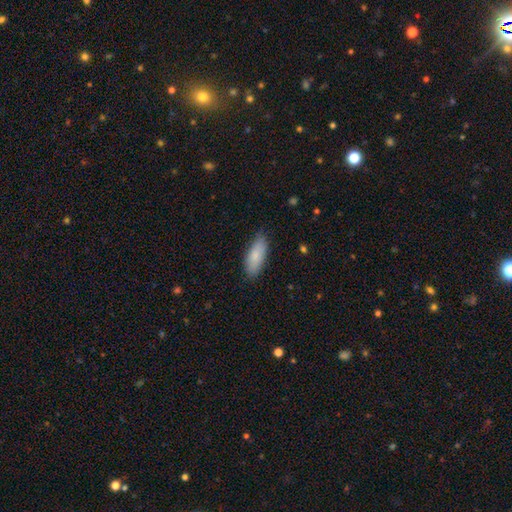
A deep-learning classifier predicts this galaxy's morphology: Smooth or featured: smooth — 83% (featured or disk — 11%)
How rounded: in between — 75% (cigar-shaped — 23%)
Merging: none — 82% (minor disturbance — 15%)